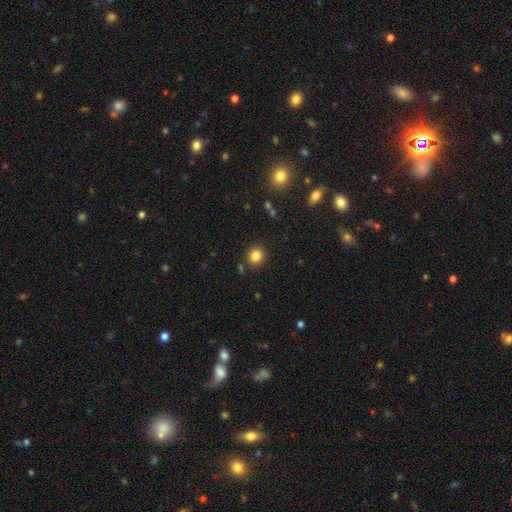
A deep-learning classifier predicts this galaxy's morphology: This is clearly a smooth galaxy (83%). How rounded: likely round (80%). Merging: clearly none (85%).